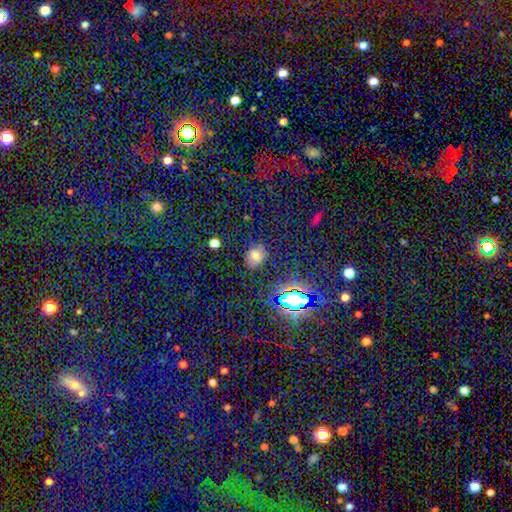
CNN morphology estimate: Overall: smooth (61%; star or artifact 30%). How rounded: round (56%; in between 42%). Merging: none (78%).